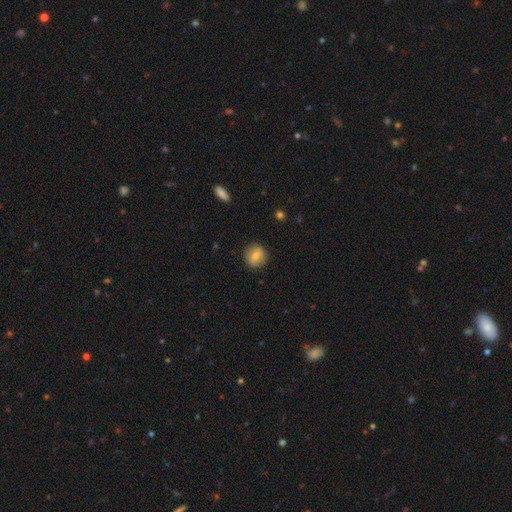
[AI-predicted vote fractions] Overall: smooth (78%). How rounded: round (89%). Merging: none (88%).